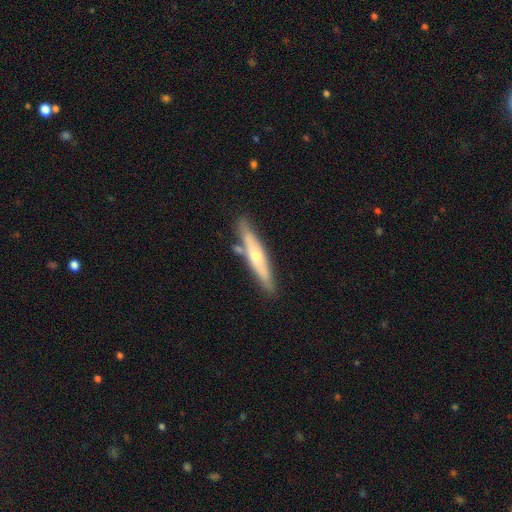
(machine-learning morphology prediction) Smooth or featured: featured or disk — 54% (smooth — 40%)
Edge-on disk: yes — 86% (no — 14%)
Merging: none — 77% (minor disturbance — 12%)